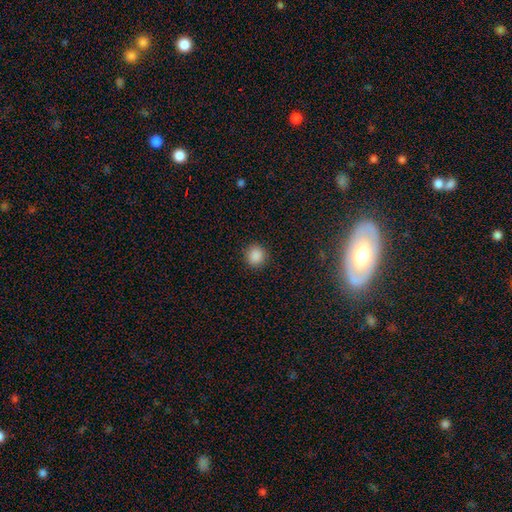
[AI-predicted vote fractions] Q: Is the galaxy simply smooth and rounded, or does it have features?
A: smooth — 87%.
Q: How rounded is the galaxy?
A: round — 90%.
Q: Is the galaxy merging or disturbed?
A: none — 91%.